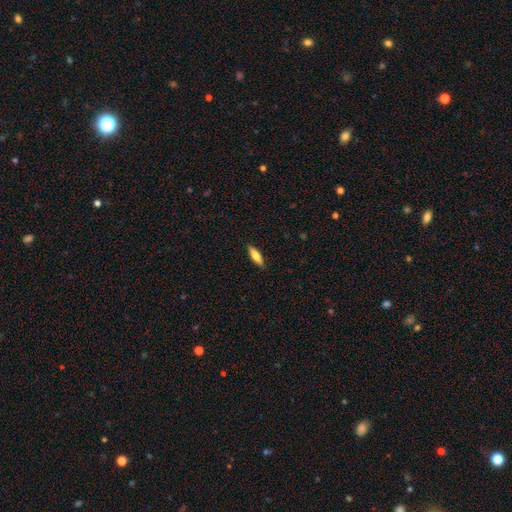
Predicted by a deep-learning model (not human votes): Smooth or featured: smooth — 70% (featured or disk — 24%)
How rounded: cigar-shaped — 54% (in between — 44%)
Merging: none — 89% (minor disturbance — 8%)